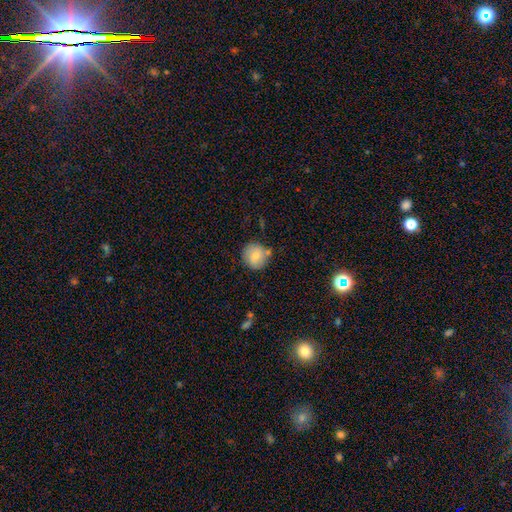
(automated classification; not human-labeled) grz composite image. It shows a smooth galaxy with no disk features (77%) that is round (90%). Merging: none (75%).